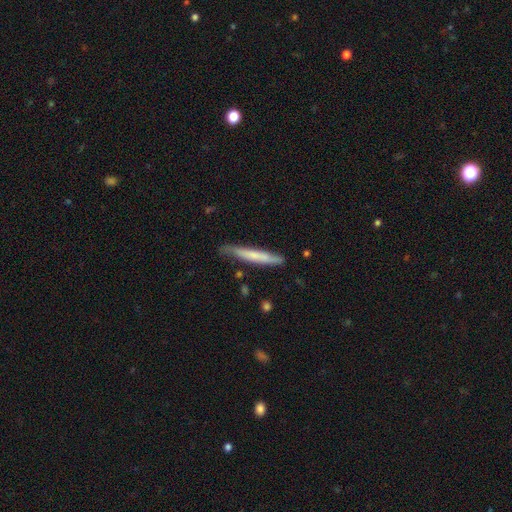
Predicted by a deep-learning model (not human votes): smooth-or-featured: smooth: 59% | featured or disk: 36% | star or artifact: 5%
  how-rounded: cigar-shaped: 95% | in between: 4% | round: 1%
  merging: none: 73% | minor disturbance: 21% | major disturbance: 4% | merger: 2%